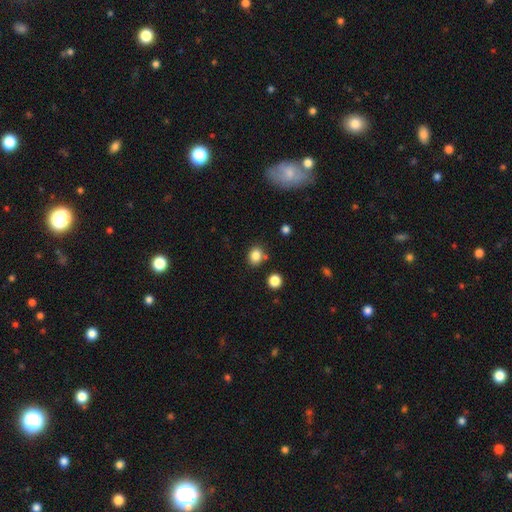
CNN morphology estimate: This appears to be a smooth galaxy with no disk features (83%) that is round (56%). Merging: none (77%).